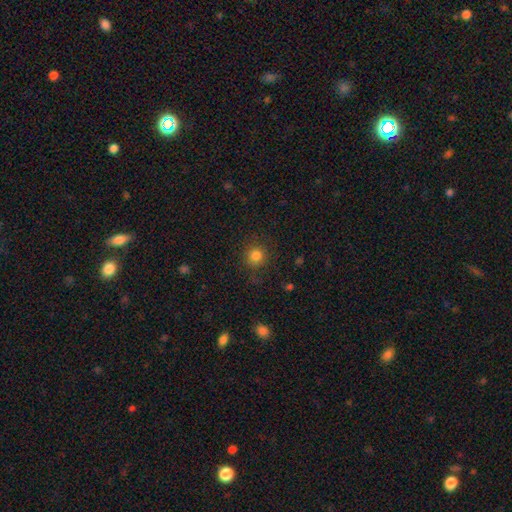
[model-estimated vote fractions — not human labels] smooth-or-featured: smooth: 83% | star or artifact: 12% | featured or disk: 5%
  how-rounded: round: 91% | in between: 8% | cigar-shaped: 1%
  merging: none: 85% | minor disturbance: 9% | major disturbance: 4% | merger: 1%